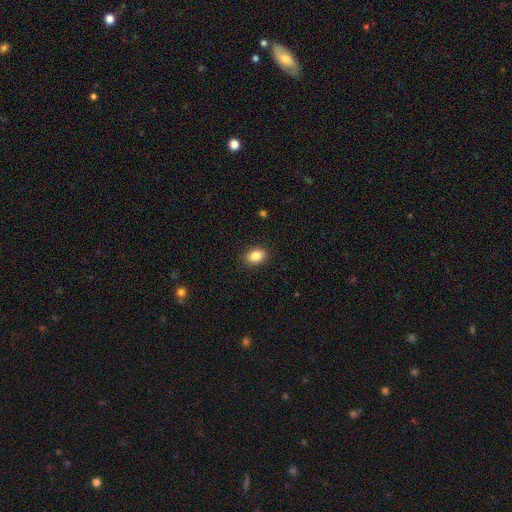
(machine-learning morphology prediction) Smooth or featured? Predicted: smooth (p=0.87). How rounded? Predicted: in between (p=0.82). Merging? Predicted: none (p=0.89).